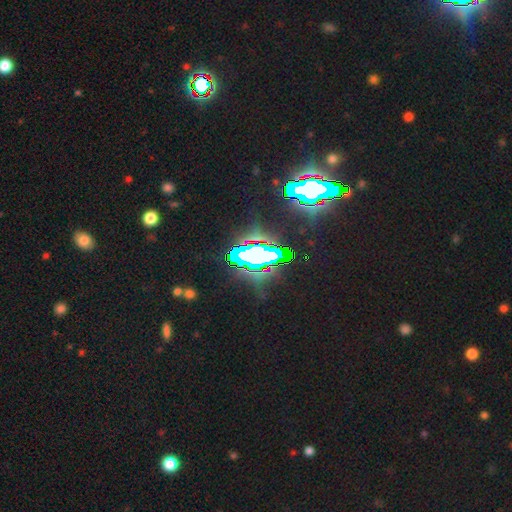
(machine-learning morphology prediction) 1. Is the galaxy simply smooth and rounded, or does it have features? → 64% star or artifact, 19% featured or disk, 16% smooth.